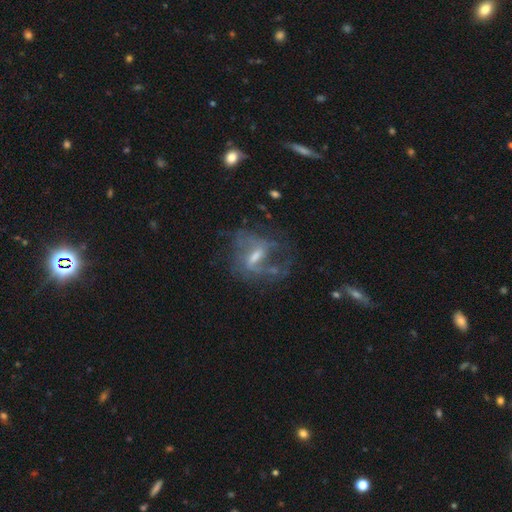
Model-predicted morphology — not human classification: smooth_or_featured: featured or disk (p=0.73) [alt: smooth p=0.16]
disk_edge_on: no (p=0.93) [alt: yes p=0.07]
bar: weak (p=0.49) [alt: strong p=0.31]
has_spiral_arms: yes (p=0.73) [alt: no p=0.27]
bulge_size: moderate (p=0.42) [alt: small p=0.39]
merging: none (p=0.47) [alt: major disturbance p=0.30]